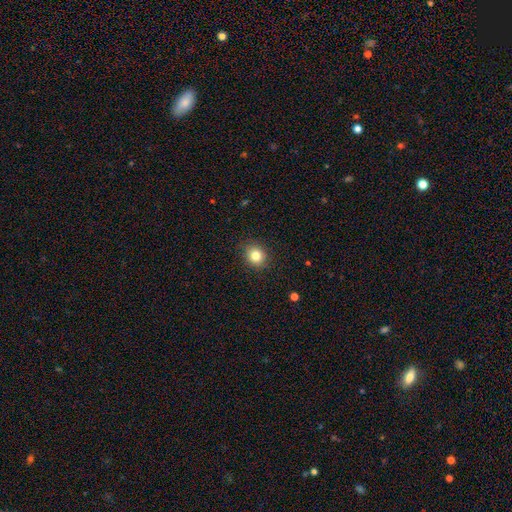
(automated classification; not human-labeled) Q: Smooth or featured?
A: smooth (82%); runner-up: star or artifact (11%)
Q: How rounded?
A: round (78%); runner-up: in between (21%)
Q: Merging?
A: none (89%); runner-up: minor disturbance (8%)